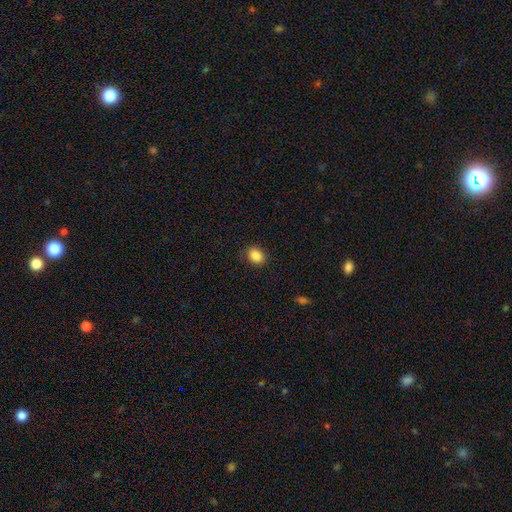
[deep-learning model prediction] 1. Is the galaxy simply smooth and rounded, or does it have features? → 87% smooth, 9% star or artifact, 4% featured or disk.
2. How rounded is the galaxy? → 56% in between, 43% round, 1% cigar-shaped.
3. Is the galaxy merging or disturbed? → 83% none, 13% minor disturbance, 3% major disturbance, 1% merger.